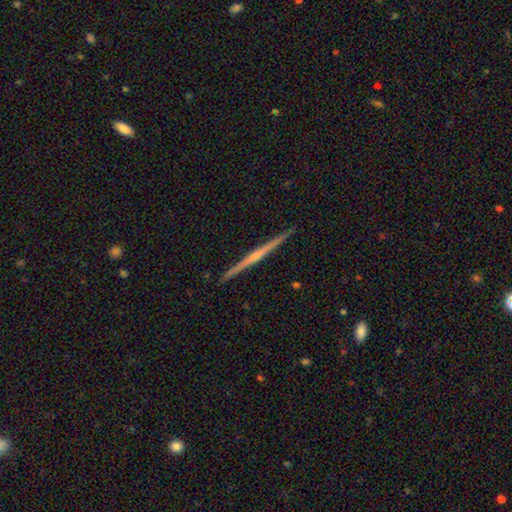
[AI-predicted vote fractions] A featured or disk galaxy (75%) viewed edge-on (99%) with a rounded central bulge (49%).

Vote fractions:
- Smooth or featured? featured or disk: 75% / smooth: 19% / star or artifact: 6%
- Edge-on disk? yes: 99% / no: 1%
- Edge-on bulge? rounded: 49% / none: 43% / boxy: 8%
- Merging? none: 93% / minor disturbance: 5% / major disturbance: 1% / merger: 1%